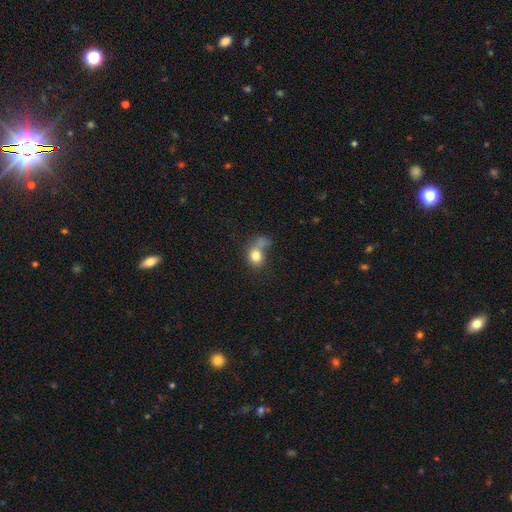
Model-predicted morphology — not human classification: smooth_or_featured: smooth (p=0.77) [alt: featured or disk p=0.13]
how_rounded: round (p=0.61) [alt: in between p=0.38]
merging: none (p=0.32) [alt: merger p=0.27]